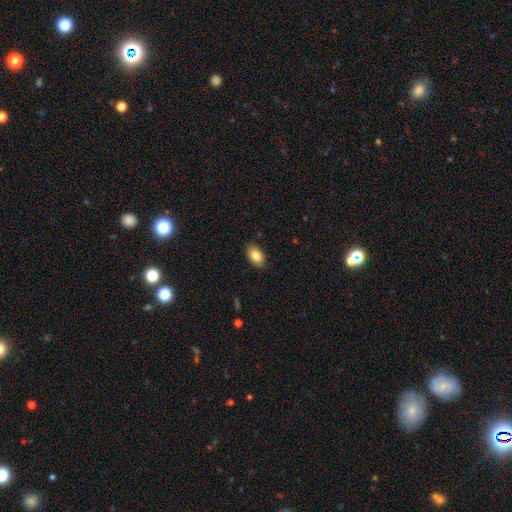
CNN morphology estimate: type=smooth (85%); roundness=in between (91%); merging=none (89%).